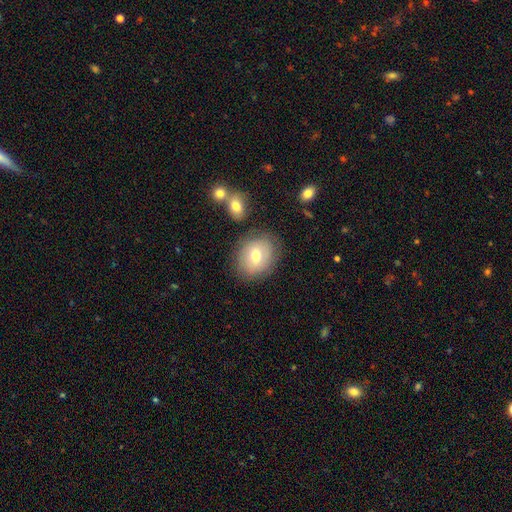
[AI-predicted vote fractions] Overall: smooth (68%). How rounded: round (53%; in between 46%). Merging: none (74%).